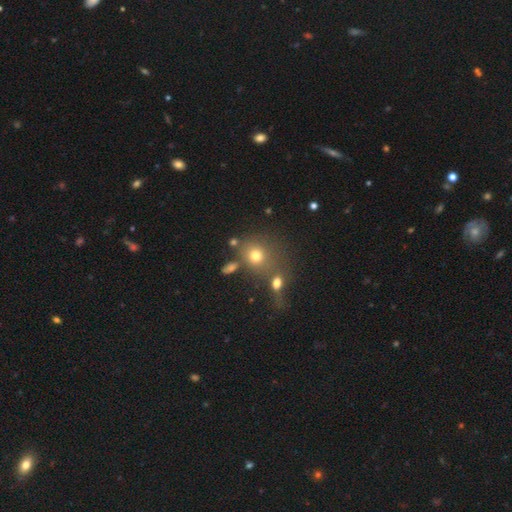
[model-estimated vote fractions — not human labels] smooth_or_featured: smooth (p=0.71) [alt: star or artifact p=0.16]
how_rounded: round (p=0.72) [alt: in between p=0.26]
merging: none (p=0.50) [alt: merger p=0.30]